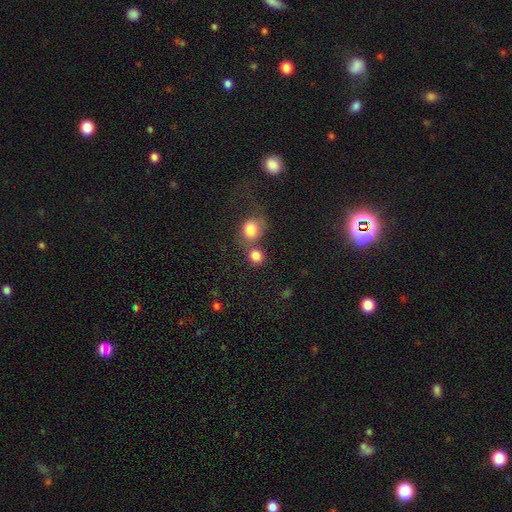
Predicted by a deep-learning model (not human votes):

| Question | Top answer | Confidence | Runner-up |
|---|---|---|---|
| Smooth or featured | smooth | 83% | star or artifact (10%) |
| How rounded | round | 81% | in between (18%) |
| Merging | none | 48% | merger (40%) |